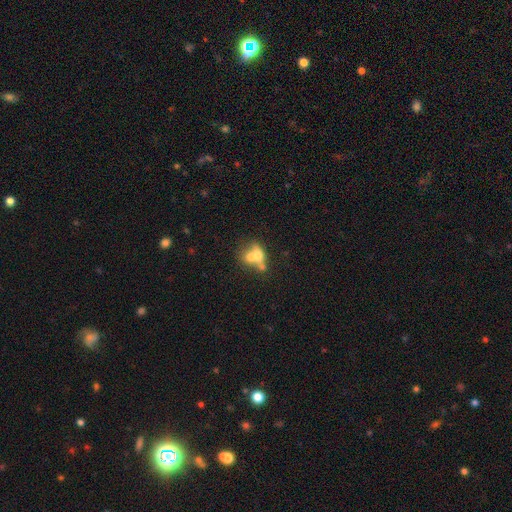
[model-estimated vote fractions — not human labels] A smooth galaxy with no disk features (53%) that is in between round and cigar-shaped (53%). Merging: merger (60%).